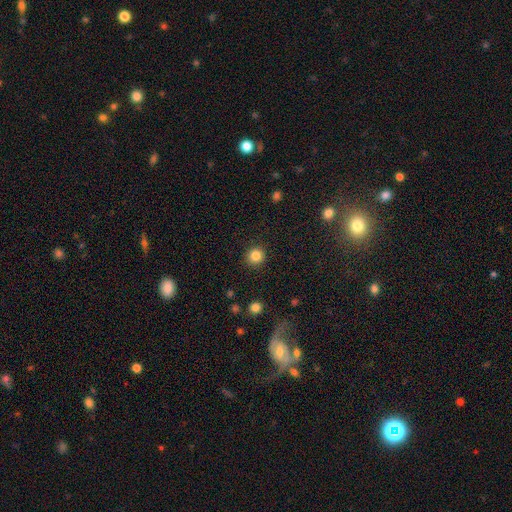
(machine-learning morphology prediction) Q: Smooth or featured?
A: smooth (84%); runner-up: star or artifact (11%)
Q: How rounded?
A: round (93%); runner-up: in between (6%)
Q: Merging?
A: none (91%); runner-up: minor disturbance (5%)